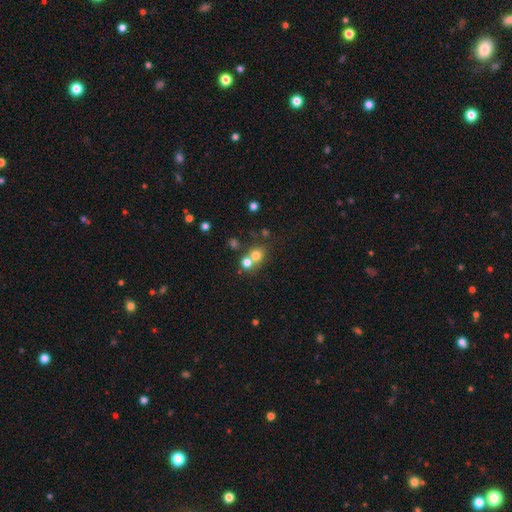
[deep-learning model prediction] This appears to be a smooth galaxy with no disk features (71%) that is round (79%). Merging: merger (46%).